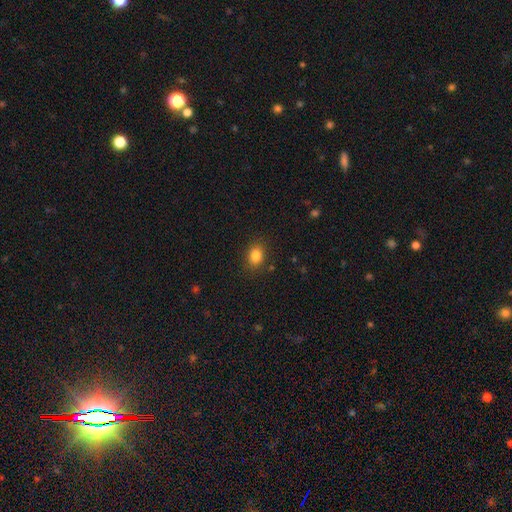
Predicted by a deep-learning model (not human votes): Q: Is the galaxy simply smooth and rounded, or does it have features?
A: smooth — 84%.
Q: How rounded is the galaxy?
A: in between — 54%.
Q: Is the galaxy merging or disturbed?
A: none — 86%.